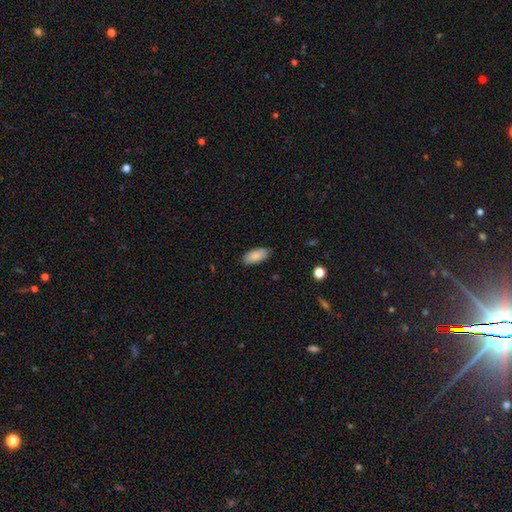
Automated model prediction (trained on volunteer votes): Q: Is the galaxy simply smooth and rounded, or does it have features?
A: smooth — 87%.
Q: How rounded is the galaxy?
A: in between — 91%.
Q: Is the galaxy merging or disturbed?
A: none — 83%.